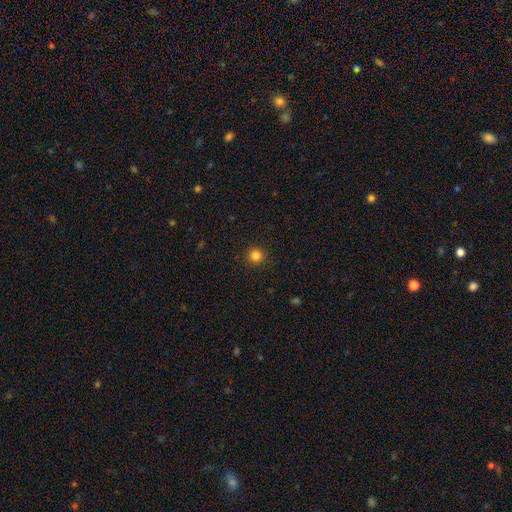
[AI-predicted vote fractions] Q: Smooth or featured?
A: smooth (83%); runner-up: star or artifact (13%)
Q: How rounded?
A: round (94%); runner-up: in between (5%)
Q: Merging?
A: none (91%); runner-up: minor disturbance (6%)